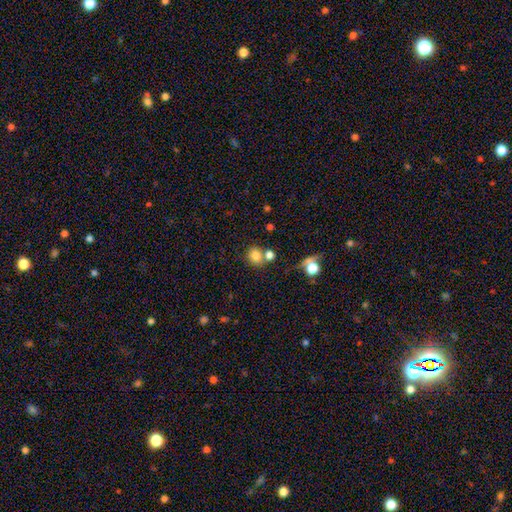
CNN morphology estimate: A smooth galaxy with no disk features (79%) that is round (76%). Merging: none (58%).